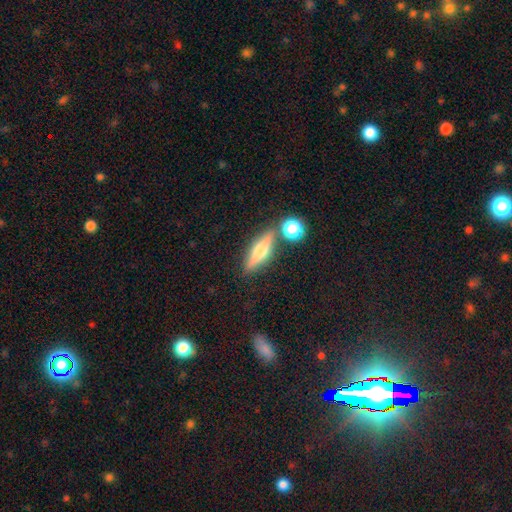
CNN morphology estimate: smooth_or_featured: featured or disk (p=0.55) [alt: smooth p=0.36]
disk_edge_on: yes (p=0.93) [alt: no p=0.07]
edge_on_bulge: rounded (p=0.92) [alt: boxy p=0.05]
merging: none (p=0.77) [alt: minor disturbance p=0.10]